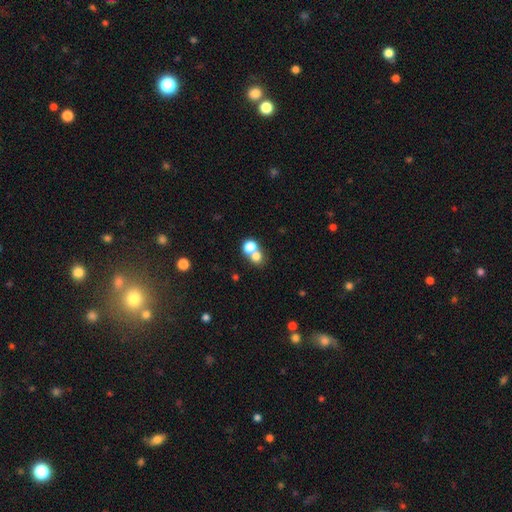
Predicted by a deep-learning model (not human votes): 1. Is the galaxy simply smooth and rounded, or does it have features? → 74% smooth, 14% star or artifact, 12% featured or disk.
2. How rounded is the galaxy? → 77% round, 22% in between, 1% cigar-shaped.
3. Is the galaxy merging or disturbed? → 54% merger, 38% none, 5% minor disturbance, 3% major disturbance.